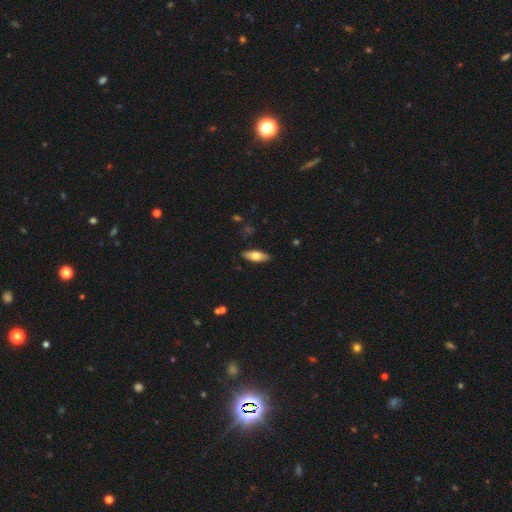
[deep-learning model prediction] A smooth galaxy with no disk features (67%) that is in between round and cigar-shaped (71%).

Vote fractions:
- Smooth or featured? smooth: 67% / featured or disk: 27% / star or artifact: 6%
- How rounded? in between: 71% / cigar-shaped: 27% / round: 2%
- Merging? none: 88% / minor disturbance: 9% / major disturbance: 2% / merger: 1%